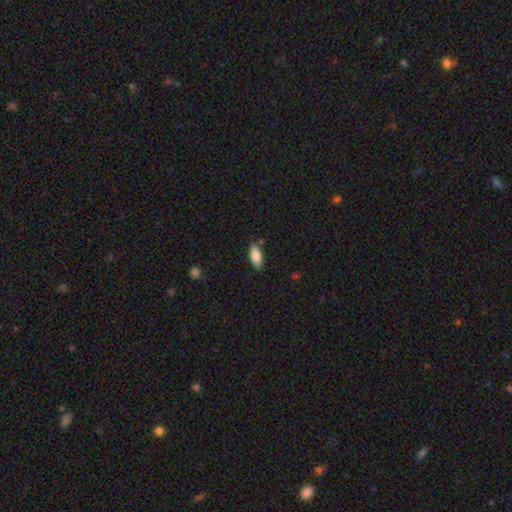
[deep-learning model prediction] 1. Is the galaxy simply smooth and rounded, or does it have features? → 83% smooth, 10% featured or disk, 7% star or artifact.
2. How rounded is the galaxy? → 81% in between, 17% cigar-shaped, 2% round.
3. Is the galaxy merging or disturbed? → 82% none, 13% minor disturbance, 3% merger, 2% major disturbance.